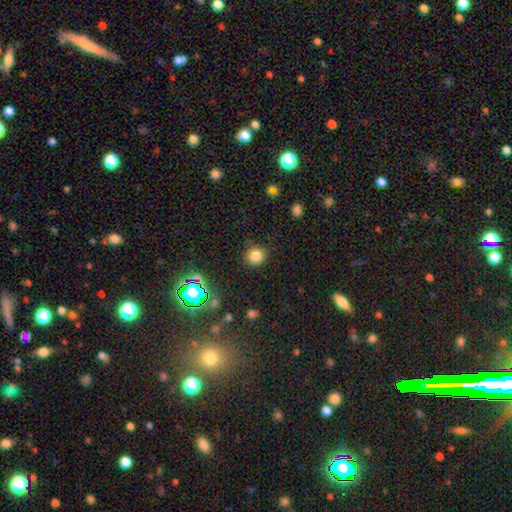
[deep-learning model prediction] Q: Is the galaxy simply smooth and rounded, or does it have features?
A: smooth — 80%.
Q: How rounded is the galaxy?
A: round — 88%.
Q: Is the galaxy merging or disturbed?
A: none — 85%.